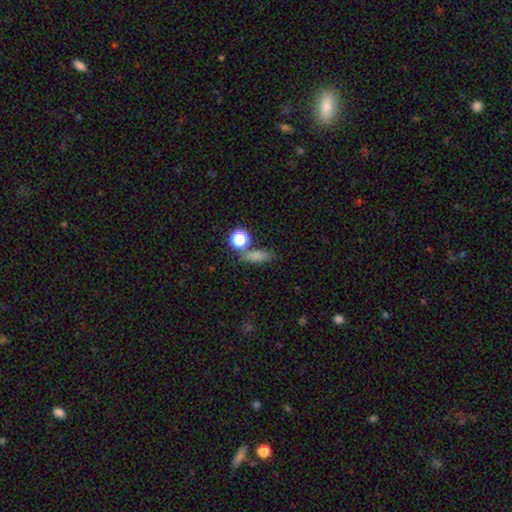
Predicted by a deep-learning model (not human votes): Q: Smooth or featured?
A: smooth (75%); runner-up: star or artifact (16%)
Q: How rounded?
A: in between (52%); runner-up: cigar-shaped (28%)
Q: Merging?
A: none (66%); runner-up: minor disturbance (15%)